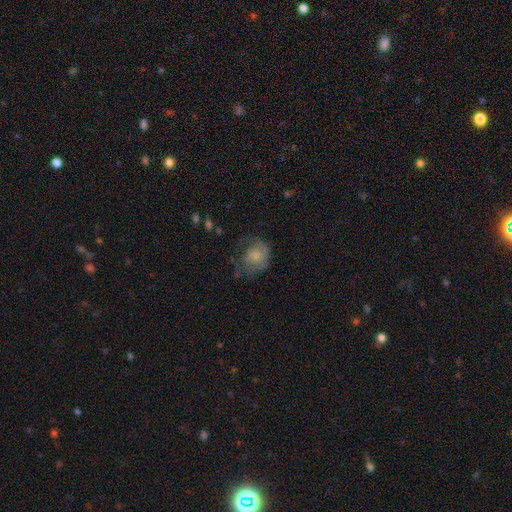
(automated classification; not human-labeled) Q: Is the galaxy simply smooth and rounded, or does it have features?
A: smooth — 58%.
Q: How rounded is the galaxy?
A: round — 65%.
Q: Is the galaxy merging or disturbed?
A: none — 42%.